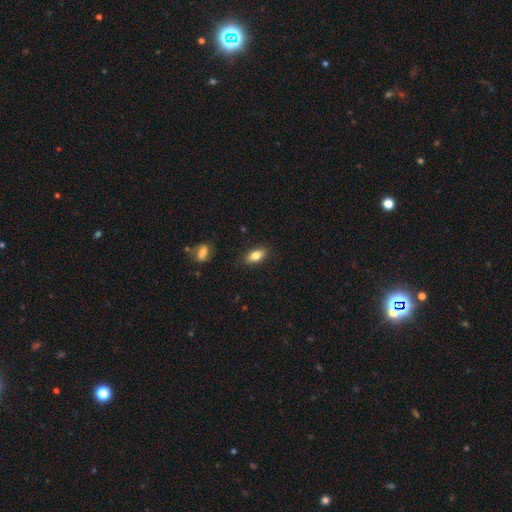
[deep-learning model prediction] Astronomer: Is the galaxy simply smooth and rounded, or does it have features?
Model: smooth — 81%.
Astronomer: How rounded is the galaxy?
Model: in between — 86%.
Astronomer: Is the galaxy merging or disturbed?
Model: none — 87%.